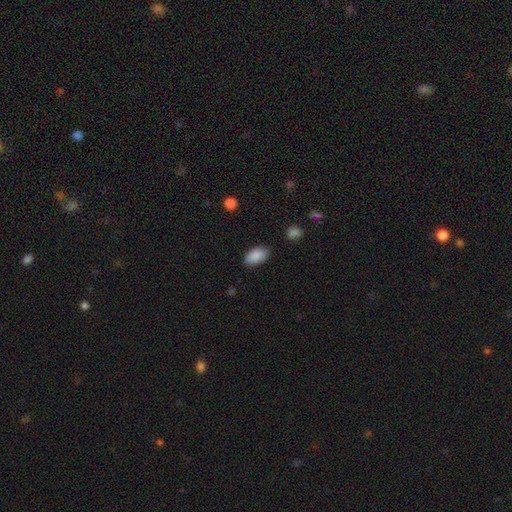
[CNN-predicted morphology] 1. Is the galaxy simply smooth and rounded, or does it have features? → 90% smooth, 7% star or artifact, 4% featured or disk.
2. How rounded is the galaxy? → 94% in between, 4% round, 2% cigar-shaped.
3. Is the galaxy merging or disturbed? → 84% none, 12% minor disturbance, 3% major disturbance, 1% merger.